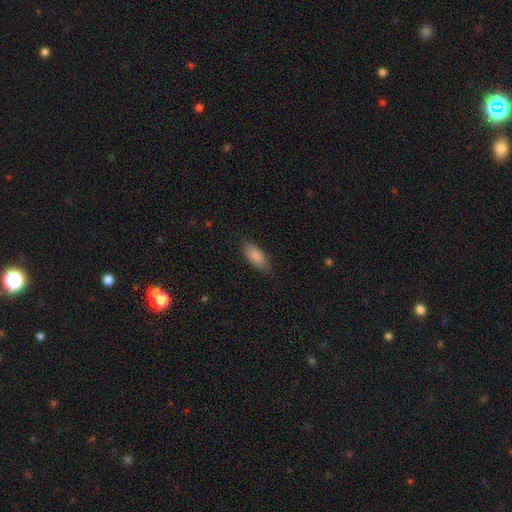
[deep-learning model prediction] Smooth or featured? Predicted: smooth (p=0.88). How rounded? Predicted: in between (p=0.82). Merging? Predicted: none (p=0.82).